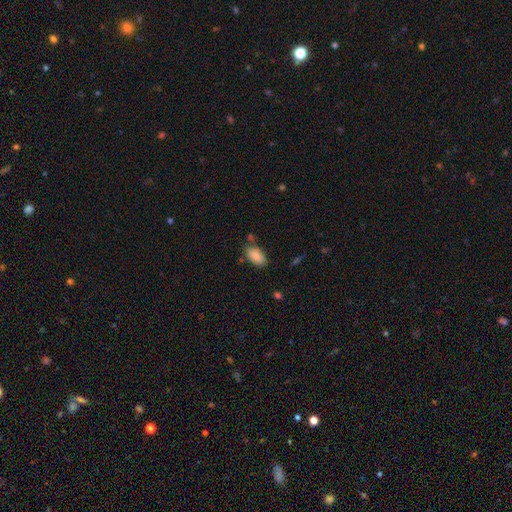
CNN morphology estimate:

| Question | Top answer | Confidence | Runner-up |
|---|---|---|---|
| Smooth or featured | smooth | 86% | star or artifact (7%) |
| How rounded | in between | 93% | round (4%) |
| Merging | none | 73% | minor disturbance (17%) |